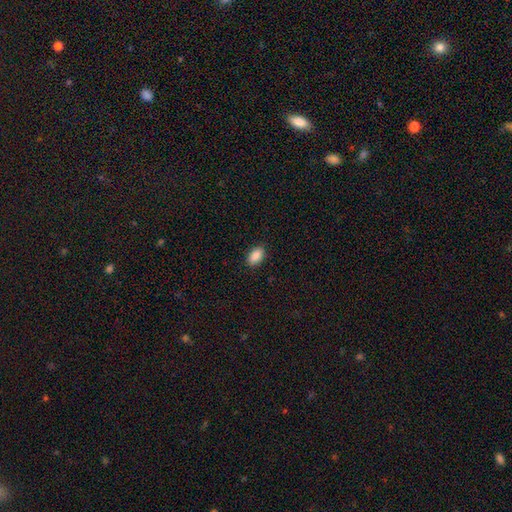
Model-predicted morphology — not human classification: Smooth or featured: smooth — 89% (star or artifact — 8%)
How rounded: in between — 92% (round — 7%)
Merging: none — 89% (minor disturbance — 8%)